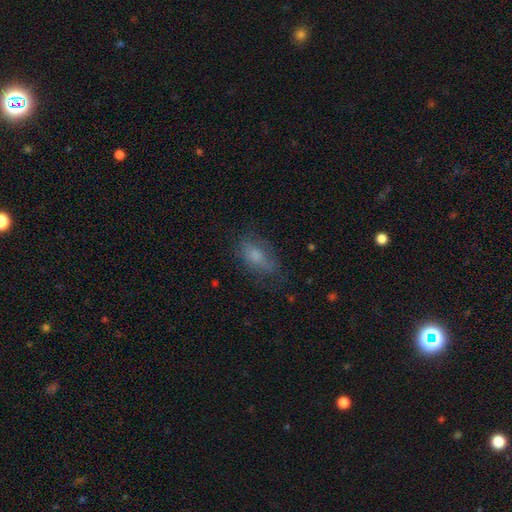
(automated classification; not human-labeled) This is likely a smooth galaxy (67%). How rounded: clearly in between (85%). Merging: likely none (62%).